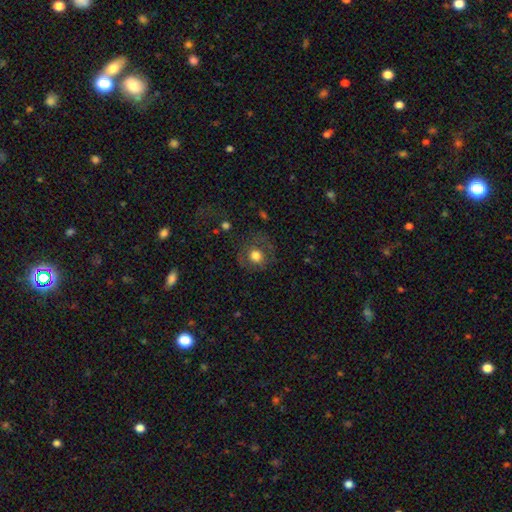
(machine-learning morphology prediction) Smooth or featured: smooth — 69% (featured or disk — 19%)
How rounded: round — 84% (in between — 15%)
Merging: none — 72% (minor disturbance — 15%)